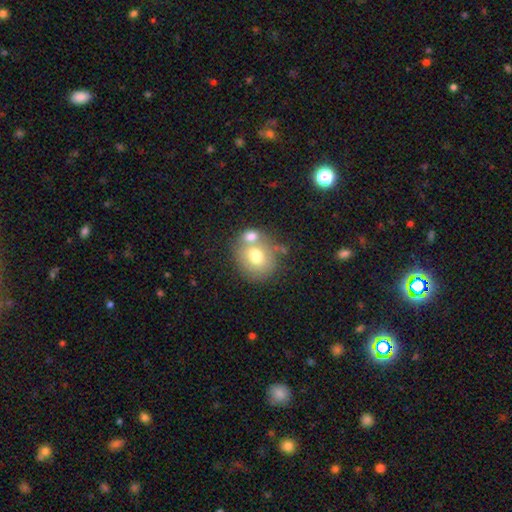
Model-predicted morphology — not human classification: Q: Smooth or featured?
A: smooth (71%); runner-up: featured or disk (20%)
Q: How rounded?
A: round (72%); runner-up: in between (27%)
Q: Merging?
A: none (46%); runner-up: merger (37%)